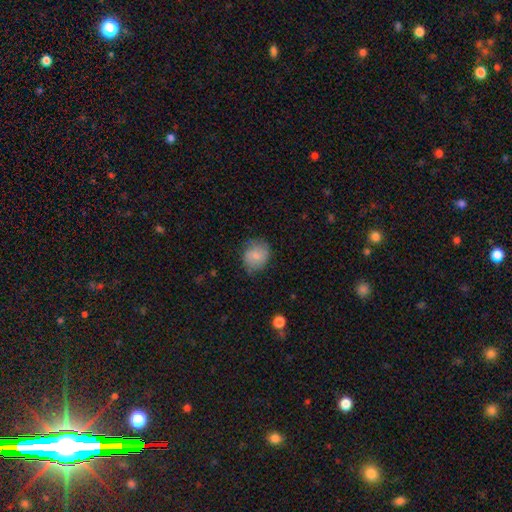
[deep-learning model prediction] This is likely a smooth galaxy (78%). How rounded: likely round (71%). Merging: likely none (70%).